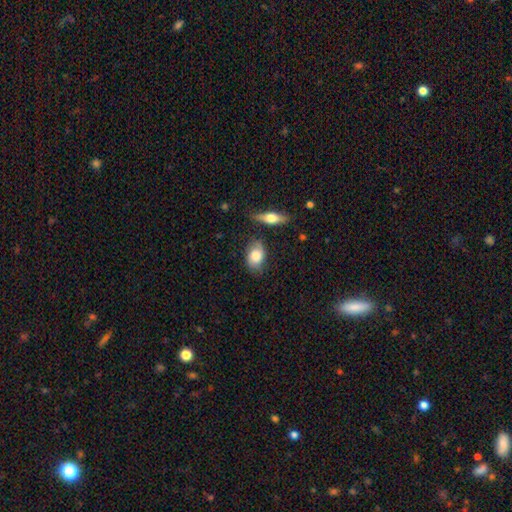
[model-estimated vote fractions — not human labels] A smooth galaxy with no disk features (67%) that is in between round and cigar-shaped (81%). Merging: none (68%).